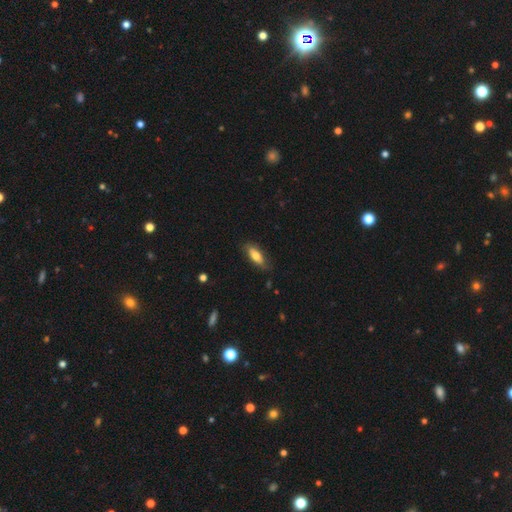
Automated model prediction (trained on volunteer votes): This is likely a smooth galaxy (66%). How rounded: likely in between (72%). Merging: likely none (74%).